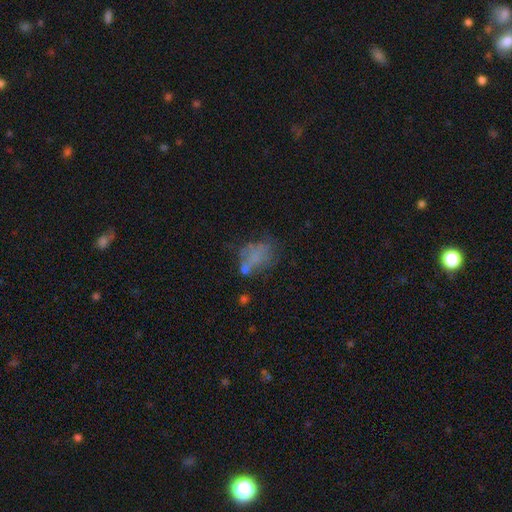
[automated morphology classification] Smooth or featured?
  - smooth: 47% *
  - featured or disk: 36%
  - star or artifact: 17%
Merging?
  - none: 37% *
  - major disturbance: 27%
  - minor disturbance: 22%
  - merger: 14%